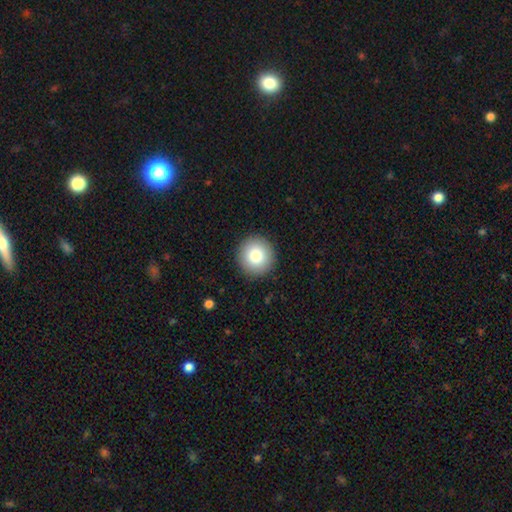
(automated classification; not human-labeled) Smooth or featured: smooth — 82% (star or artifact — 9%)
How rounded: round — 95% (in between — 4%)
Merging: none — 92% (minor disturbance — 5%)